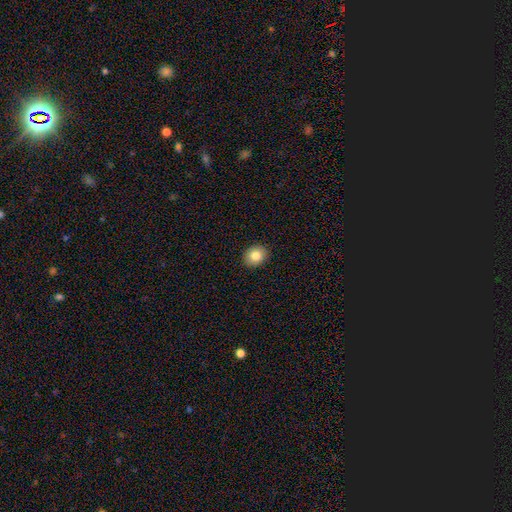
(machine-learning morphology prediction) A smooth galaxy with no disk features (82%) that is round (53%).

Vote fractions:
- Smooth or featured? smooth: 82% / featured or disk: 9% / star or artifact: 9%
- How rounded? round: 53% / in between: 46% / cigar-shaped: 1%
- Merging? none: 91% / minor disturbance: 6% / major disturbance: 2% / merger: 1%